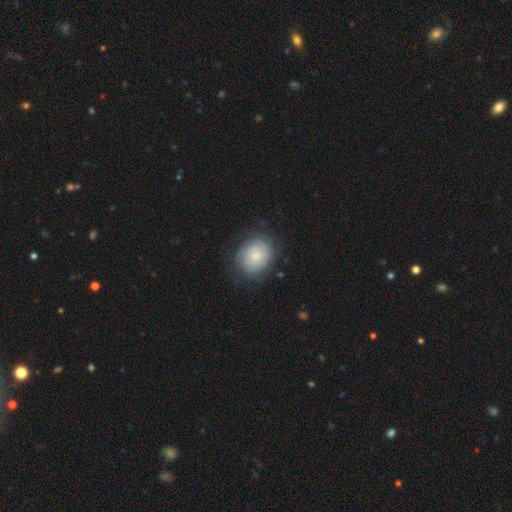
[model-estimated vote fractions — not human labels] Smooth or featured? smooth (63%)
How rounded? round (59%)
Merging? none (72%)